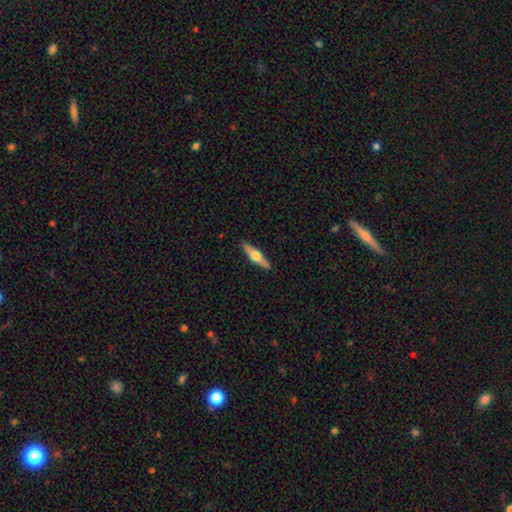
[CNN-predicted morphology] type=featured or disk (64%); edge-on=yes (96%); edge-on bulge=rounded (95%); merging=none (90%).